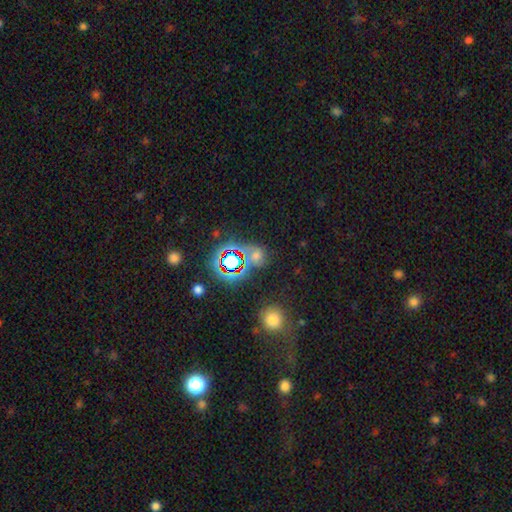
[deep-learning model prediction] smooth_or_featured: star or artifact (p=0.47) [alt: smooth p=0.42]